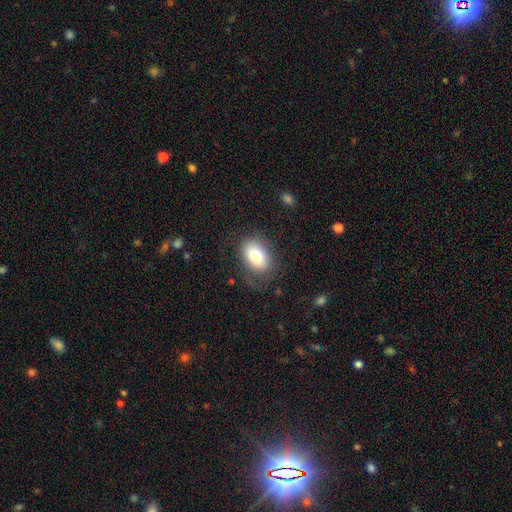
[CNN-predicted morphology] smooth_or_featured: smooth (p=0.80) [alt: featured or disk p=0.13]
how_rounded: in between (p=0.84) [alt: round p=0.15]
merging: none (p=0.69) [alt: minor disturbance p=0.20]